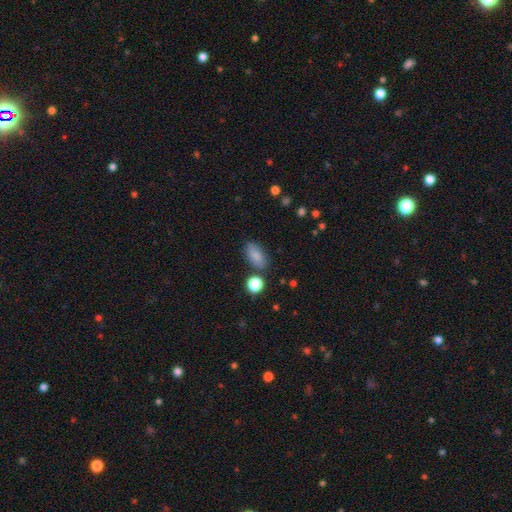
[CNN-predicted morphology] Overall: smooth (84%). How rounded: in between (87%). Merging: none (78%).